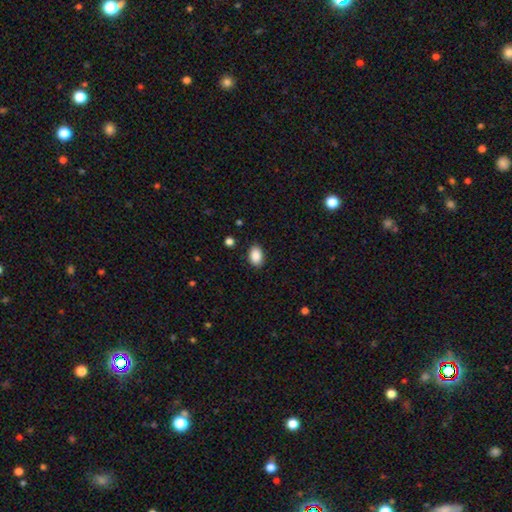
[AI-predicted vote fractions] Smooth or featured?
  - smooth: 89% *
  - star or artifact: 8%
  - featured or disk: 3%
How rounded?
  - in between: 87% *
  - round: 11%
  - cigar-shaped: 1%
Merging?
  - none: 87% *
  - minor disturbance: 9%
  - major disturbance: 2%
  - merger: 1%